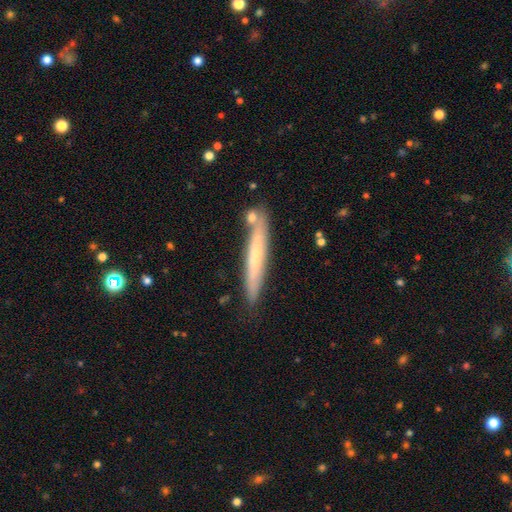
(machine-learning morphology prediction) type=smooth (55%); roundness=cigar-shaped (96%); merging=none (79%).